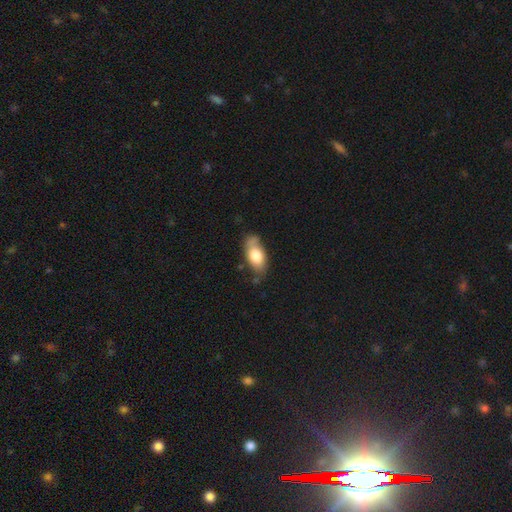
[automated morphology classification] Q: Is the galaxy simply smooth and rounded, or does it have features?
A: smooth — 72%.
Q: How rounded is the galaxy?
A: in between — 89%.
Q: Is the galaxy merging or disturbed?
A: none — 58%.